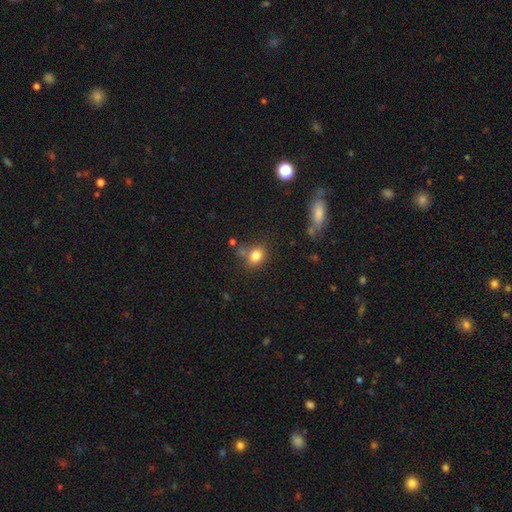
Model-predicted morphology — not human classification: Smooth or featured?
  - smooth: 81% *
  - star or artifact: 11%
  - featured or disk: 8%
How rounded?
  - in between: 51% *
  - round: 47%
  - cigar-shaped: 1%
Merging?
  - none: 67% *
  - minor disturbance: 17%
  - merger: 11%
  - major disturbance: 5%